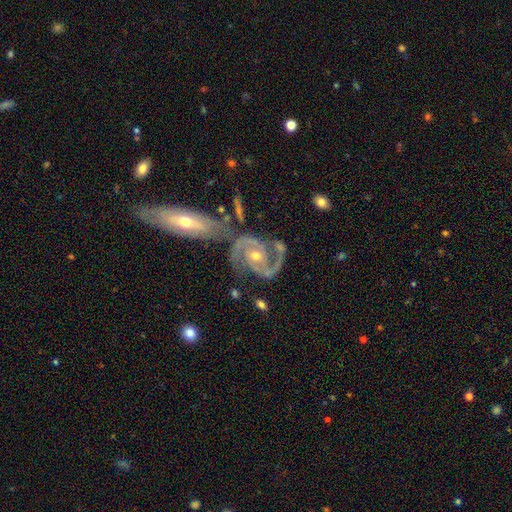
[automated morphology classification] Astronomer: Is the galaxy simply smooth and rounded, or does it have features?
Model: featured or disk — 91%.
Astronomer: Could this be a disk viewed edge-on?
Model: no — 97%.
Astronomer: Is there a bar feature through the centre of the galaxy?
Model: no — 54% (runner-up: weak, 30%).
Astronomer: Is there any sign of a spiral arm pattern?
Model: yes — 98%.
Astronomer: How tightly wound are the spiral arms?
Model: medium — 52% (runner-up: tight, 37%).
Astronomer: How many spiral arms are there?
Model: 2 — 86%.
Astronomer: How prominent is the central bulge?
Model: moderate — 52% (runner-up: small, 44%).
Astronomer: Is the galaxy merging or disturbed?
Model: none — 50%.